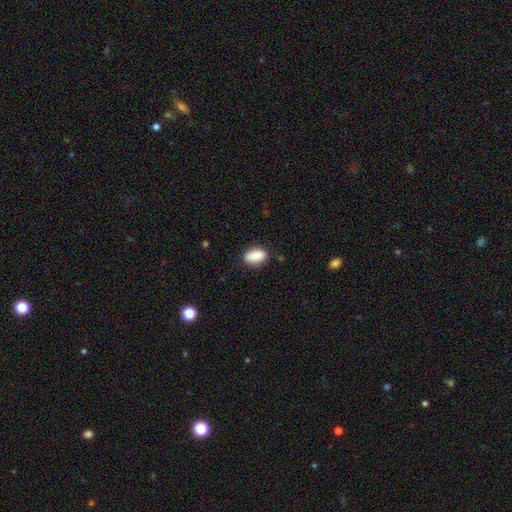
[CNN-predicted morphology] A smooth galaxy with no disk features (87%) that is in between round and cigar-shaped (88%). Merging: none (79%).